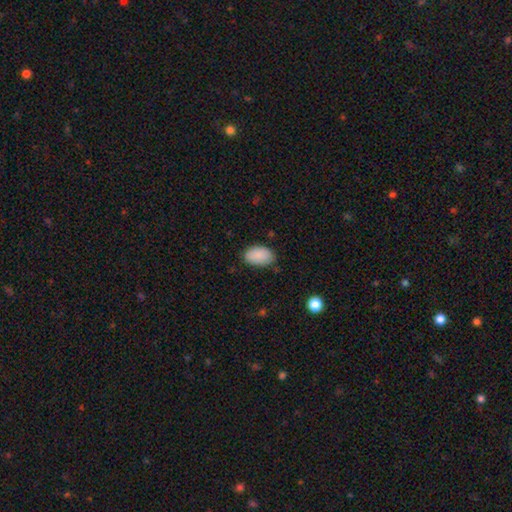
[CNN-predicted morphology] A smooth galaxy with no disk features (89%) that is in between round and cigar-shaped (92%). Merging: none (77%).